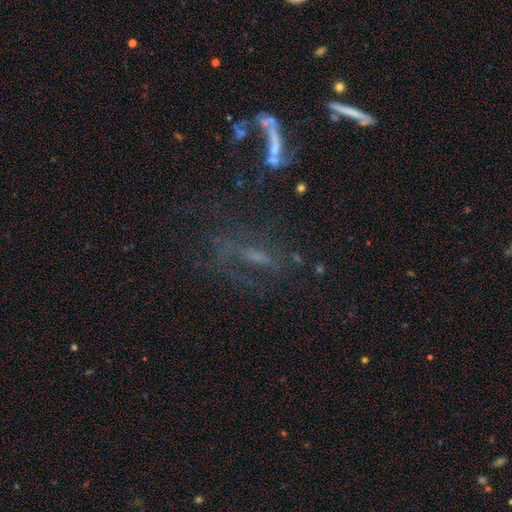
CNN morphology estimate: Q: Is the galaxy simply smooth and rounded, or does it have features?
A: featured or disk — 53%.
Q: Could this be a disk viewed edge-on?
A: no — 79%.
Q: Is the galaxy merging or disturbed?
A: none — 42%.